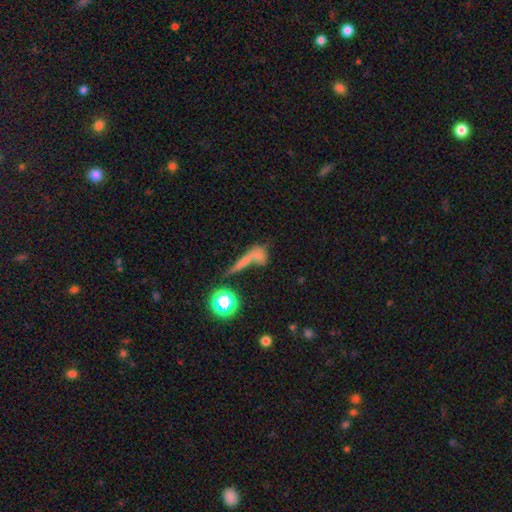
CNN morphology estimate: type=smooth (60%); roundness=round (39%); merging=none (41%).